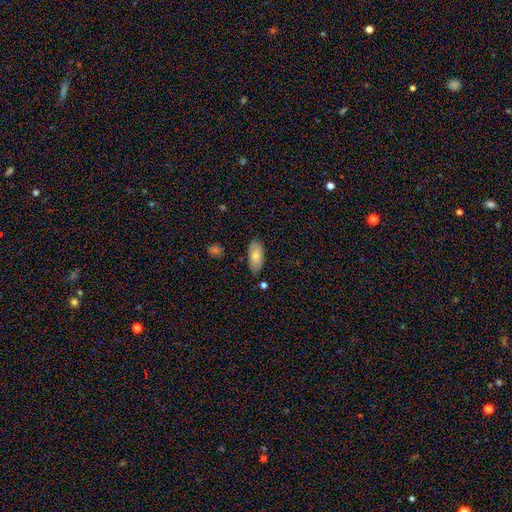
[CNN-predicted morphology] smooth 77%, featured or disk 17%, star or artifact 6%. Down the decision tree: how rounded — in between (90%); merging — none (79%).